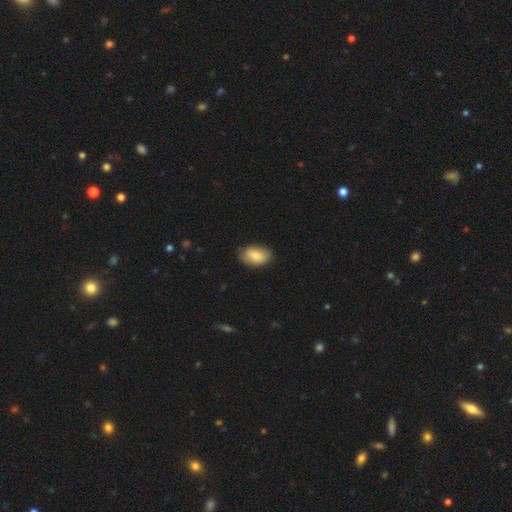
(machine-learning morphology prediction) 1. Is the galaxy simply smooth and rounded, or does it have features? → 83% smooth, 11% featured or disk, 6% star or artifact.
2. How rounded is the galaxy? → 91% in between, 8% round, 2% cigar-shaped.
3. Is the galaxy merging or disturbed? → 78% none, 18% minor disturbance, 3% major disturbance, 1% merger.